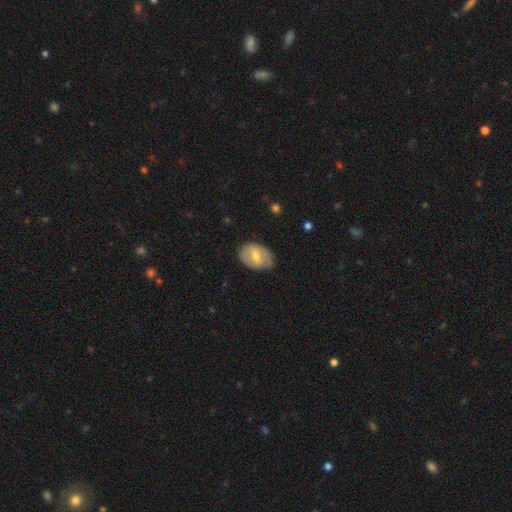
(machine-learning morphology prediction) A smooth galaxy with no disk features (49%).

Vote fractions:
- Smooth or featured? smooth: 49% / featured or disk: 44% / star or artifact: 7%
- Merging? none: 79% / minor disturbance: 16% / major disturbance: 4% / merger: 1%